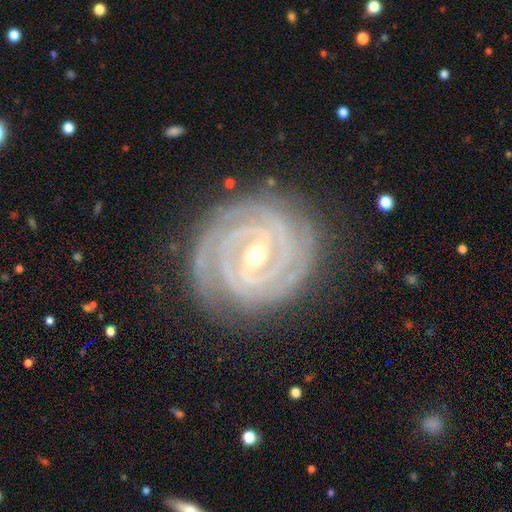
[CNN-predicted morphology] smooth-or-featured: featured or disk: 92% | star or artifact: 5% | smooth: 3%
  disk-edge-on: no: 97% | yes: 3%
    bar: strong: 44% | weak: 38% | no: 18%
    has-spiral-arms: yes: 98% | no: 2%
      spiral-winding: tight: 84% | medium: 13% | loose: 2%
      spiral-arm-count: 2: 28% | 3: 27% | 4: 17% | can't tell: 14% | more than 4: 7% | 1: 6%
    bulge-size: small: 54% | moderate: 44% | large: 1% | none: 1% | dominant: 1%
  merging: none: 82% | minor disturbance: 14% | major disturbance: 4% | merger: 1%